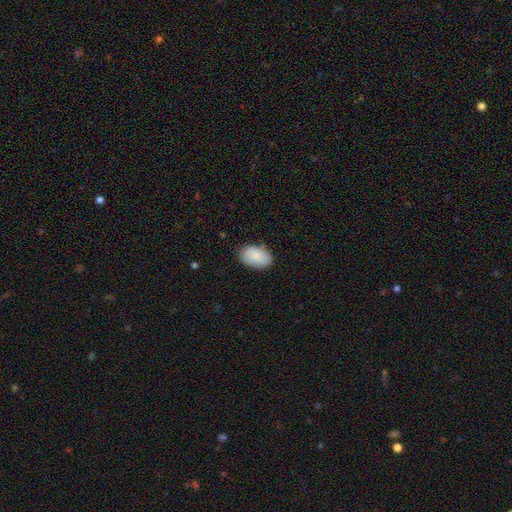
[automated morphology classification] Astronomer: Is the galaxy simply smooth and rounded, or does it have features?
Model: smooth — 87%.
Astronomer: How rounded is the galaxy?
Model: in between — 92%.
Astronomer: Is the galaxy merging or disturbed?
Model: none — 83%.